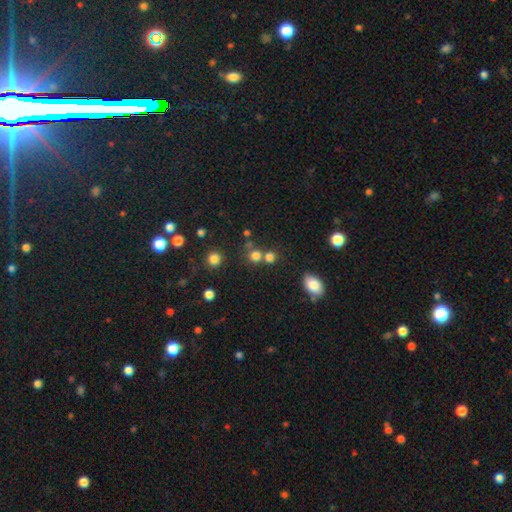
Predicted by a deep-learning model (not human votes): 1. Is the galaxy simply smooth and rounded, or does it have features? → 75% smooth, 18% star or artifact, 7% featured or disk.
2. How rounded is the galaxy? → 88% round, 11% in between, 1% cigar-shaped.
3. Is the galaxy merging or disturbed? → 60% none, 30% merger, 7% minor disturbance, 3% major disturbance.